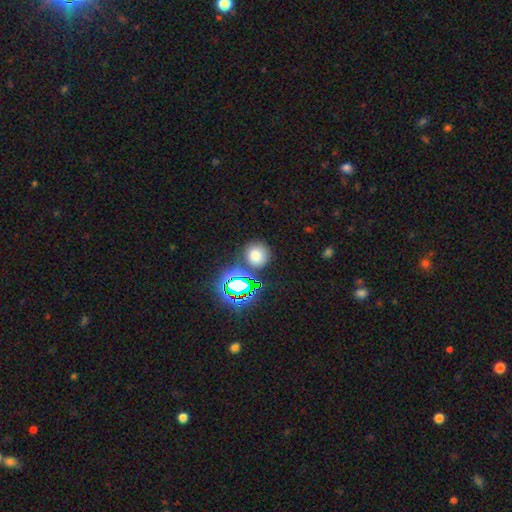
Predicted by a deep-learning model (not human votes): Smooth or featured? Predicted: smooth (p=0.69). How rounded? Predicted: round (p=0.90). Merging? Predicted: none (p=0.79).